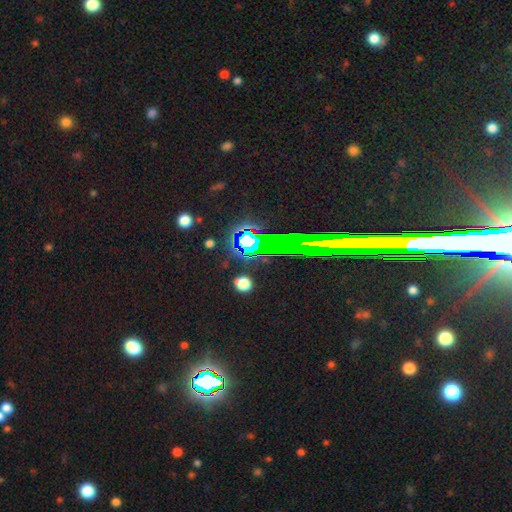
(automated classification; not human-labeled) Smooth or featured?
  - star or artifact: 76% *
  - featured or disk: 13%
  - smooth: 10%